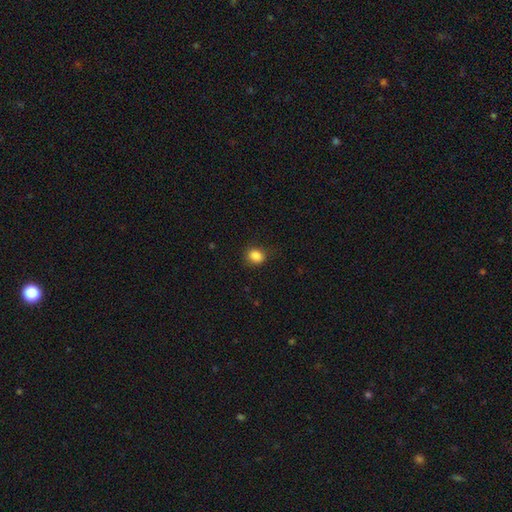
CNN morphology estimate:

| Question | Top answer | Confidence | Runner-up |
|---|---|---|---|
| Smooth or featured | smooth | 86% | star or artifact (10%) |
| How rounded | round | 58% | in between (41%) |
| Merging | none | 79% | minor disturbance (16%) |